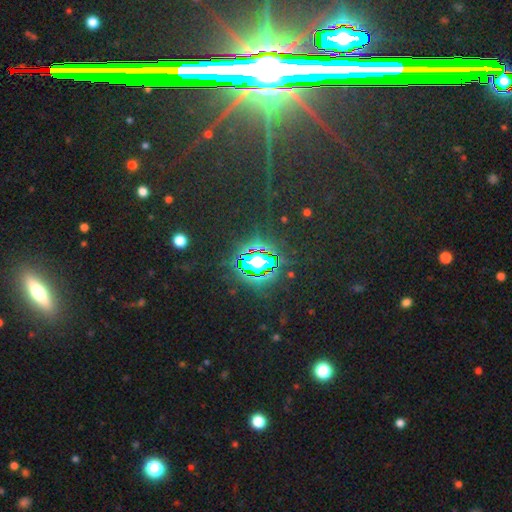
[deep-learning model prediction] smooth_or_featured: star or artifact (p=0.84) [alt: smooth p=0.09]